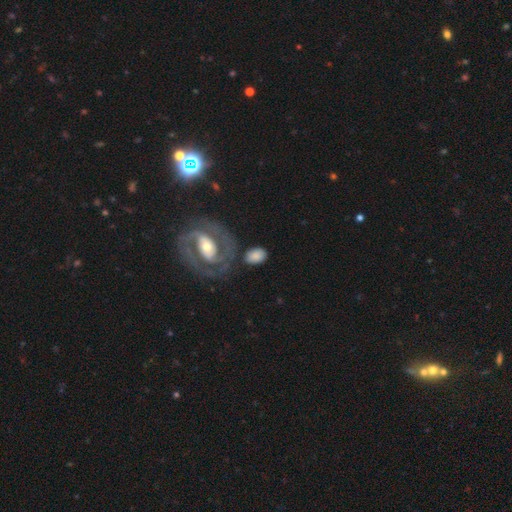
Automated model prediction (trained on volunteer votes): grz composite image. It shows a smooth galaxy with no disk features (71%) that is in between round and cigar-shaped (78%). Merging: none (65%).